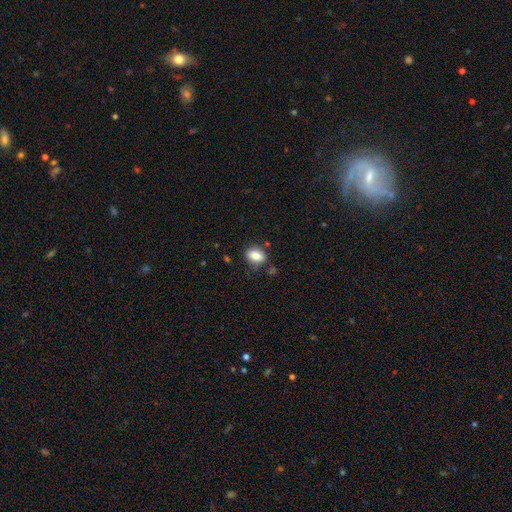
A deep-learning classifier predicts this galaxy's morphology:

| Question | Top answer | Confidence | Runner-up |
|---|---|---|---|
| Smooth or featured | smooth | 85% | star or artifact (8%) |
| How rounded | in between | 76% | round (23%) |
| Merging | none | 78% | minor disturbance (15%) |